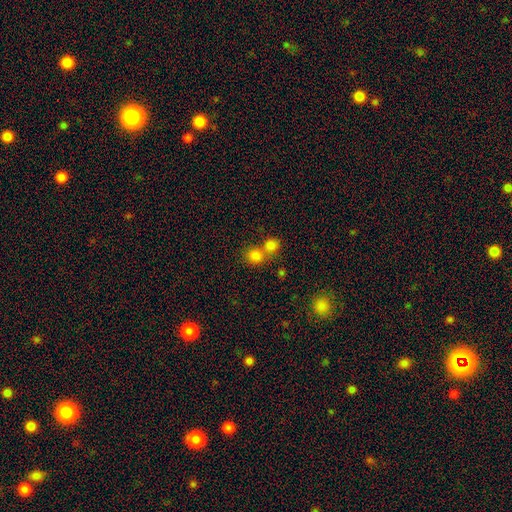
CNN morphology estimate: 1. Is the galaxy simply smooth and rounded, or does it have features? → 80% smooth, 13% star or artifact, 7% featured or disk.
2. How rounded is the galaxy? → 76% round, 23% in between, 1% cigar-shaped.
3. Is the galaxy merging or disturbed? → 48% merger, 42% none, 6% minor disturbance, 3% major disturbance.